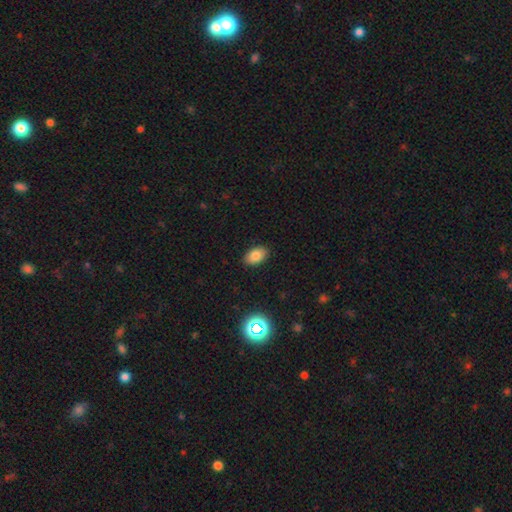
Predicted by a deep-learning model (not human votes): Q: Smooth or featured?
A: smooth (82%); runner-up: star or artifact (11%)
Q: How rounded?
A: in between (90%); runner-up: round (9%)
Q: Merging?
A: none (88%); runner-up: minor disturbance (8%)